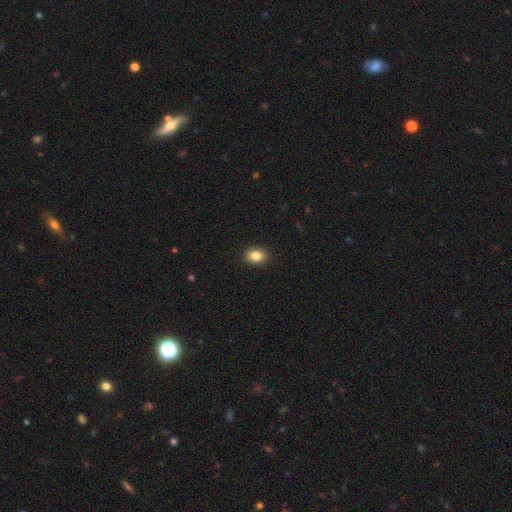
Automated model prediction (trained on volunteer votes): A smooth galaxy with no disk features (84%) that is in between round and cigar-shaped (69%).

Vote fractions:
- Smooth or featured? smooth: 84% / star or artifact: 9% / featured or disk: 7%
- How rounded? in between: 69% / round: 30% / cigar-shaped: 1%
- Merging? none: 91% / minor disturbance: 7% / major disturbance: 2% / merger: 1%